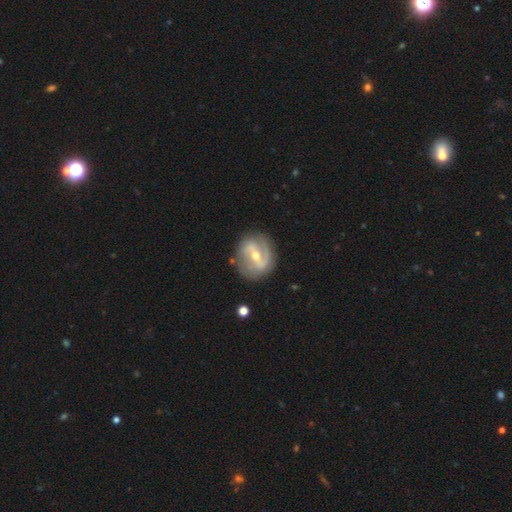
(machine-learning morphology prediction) Smooth or featured?
  - featured or disk: 83% *
  - smooth: 11%
  - star or artifact: 6%
Edge-on disk?
  - no: 96% *
  - yes: 4%
Bar?
  - strong: 46% *
  - weak: 38%
  - no: 16%
Spiral arms?
  - yes: 88% *
  - no: 12%
Spiral winding?
  - medium: 42% *
  - tight: 31%
  - loose: 27%
Spiral arm count?
  - 2: 80% *
  - can't tell: 9%
  - 1: 6%
  - 3: 3%
  - 4: 1%
  - more than 4: 1%
Bulge size?
  - moderate: 50% *
  - small: 47%
  - large: 1%
  - none: 1%
  - dominant: 1%
Merging?
  - none: 79% *
  - minor disturbance: 14%
  - major disturbance: 5%
  - merger: 2%